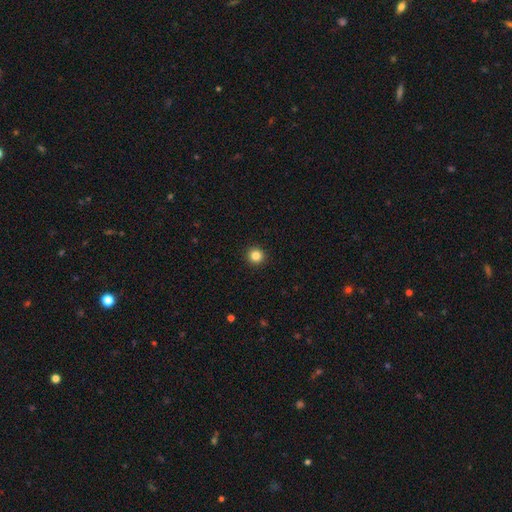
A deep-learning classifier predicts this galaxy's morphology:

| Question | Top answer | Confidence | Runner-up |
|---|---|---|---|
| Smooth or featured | smooth | 84% | star or artifact (12%) |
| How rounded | round | 95% | in between (4%) |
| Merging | none | 94% | minor disturbance (4%) |